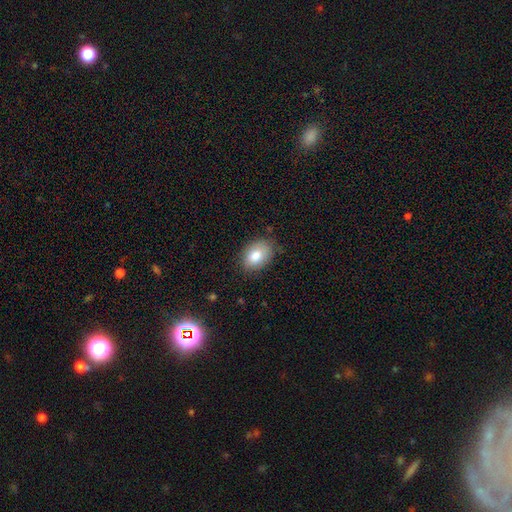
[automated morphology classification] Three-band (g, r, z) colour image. It shows a smooth galaxy with no disk features (82%) that is in between round and cigar-shaped (83%). Merging: none (78%).